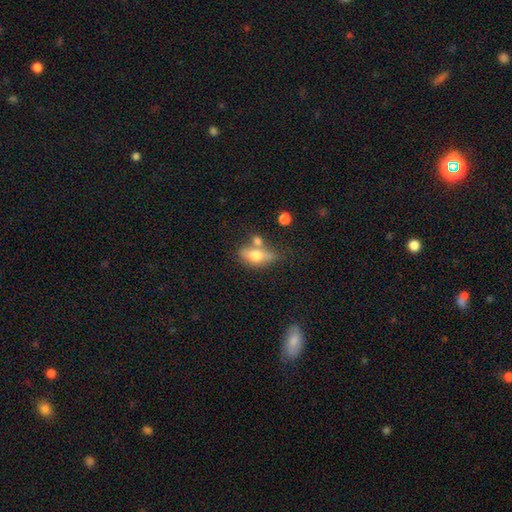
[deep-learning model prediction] smooth 63%, featured or disk 29%, star or artifact 8%. Down the decision tree: how rounded — in between (80%); merging — none (43%).